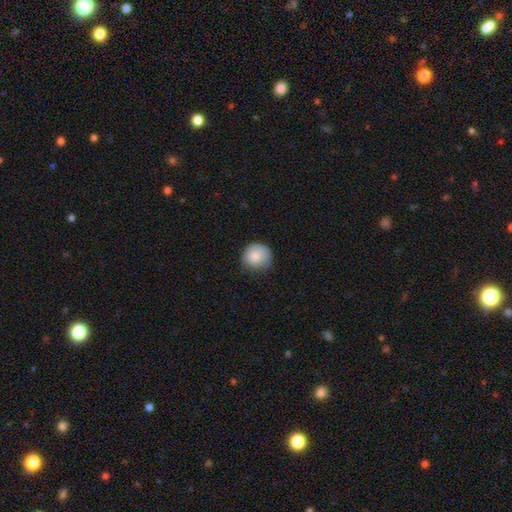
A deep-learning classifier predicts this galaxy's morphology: Overall: smooth (83%). How rounded: round (91%). Merging: none (70%).